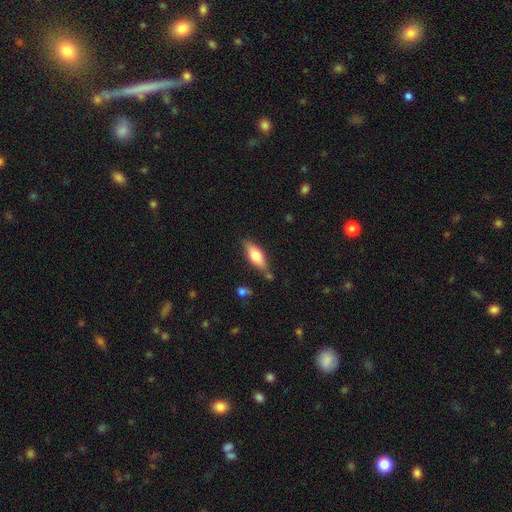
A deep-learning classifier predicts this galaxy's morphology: smooth 65%, featured or disk 29%, star or artifact 6%. Down the decision tree: how rounded — in between (67%); merging — none (76%).